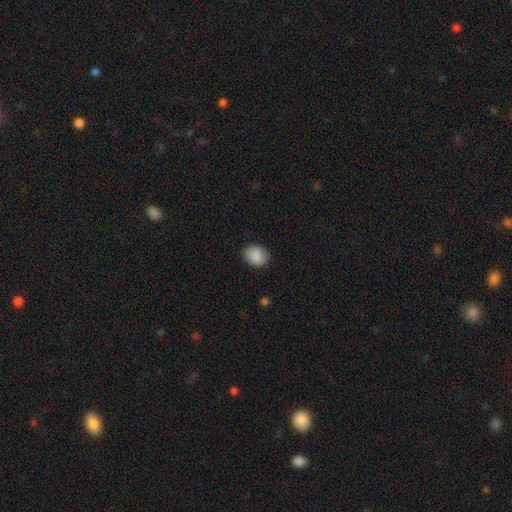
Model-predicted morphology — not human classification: smooth 89%, star or artifact 7%, featured or disk 4%. Down the decision tree: how rounded — round (55%); merging — none (87%).